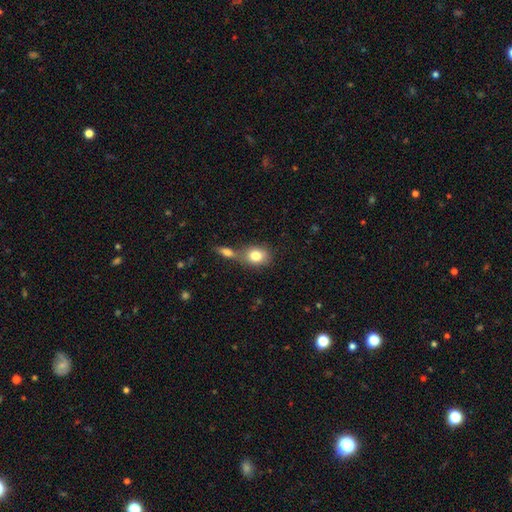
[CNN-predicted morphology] A smooth galaxy with no disk features (81%) that is in between round and cigar-shaped (55%). Merging: none (43%).